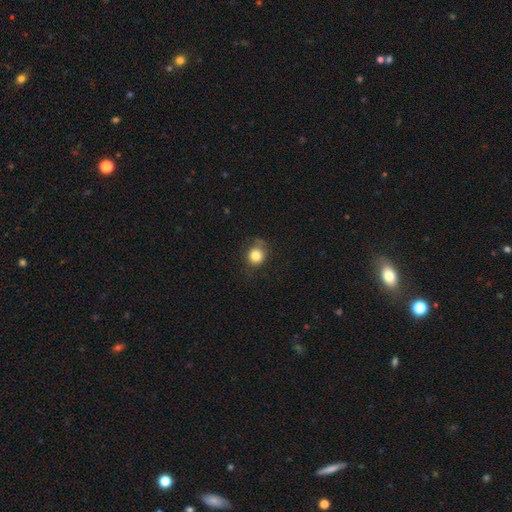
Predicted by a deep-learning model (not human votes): smooth-or-featured: smooth: 81% | star or artifact: 11% | featured or disk: 9%
  how-rounded: round: 84% | in between: 15% | cigar-shaped: 1%
  merging: none: 70% | minor disturbance: 21% | major disturbance: 7% | merger: 2%